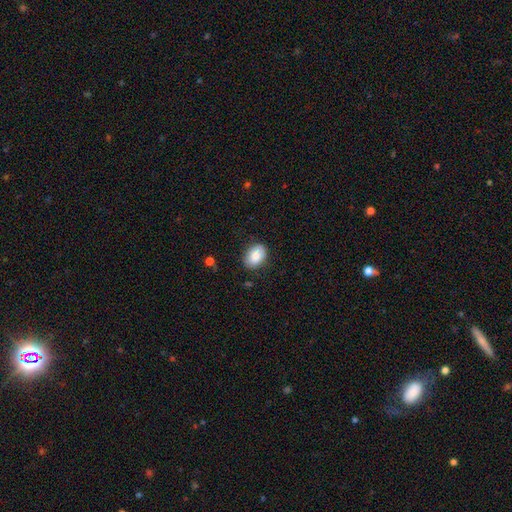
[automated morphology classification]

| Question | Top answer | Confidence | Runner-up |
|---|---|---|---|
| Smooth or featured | smooth | 85% | featured or disk (7%) |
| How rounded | in between | 81% | round (18%) |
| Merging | none | 84% | minor disturbance (12%) |